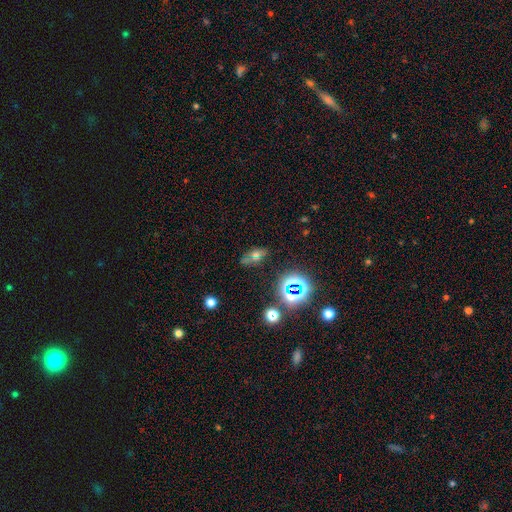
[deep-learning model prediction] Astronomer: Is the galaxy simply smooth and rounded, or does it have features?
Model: smooth — 48% (runner-up: star or artifact, 33%).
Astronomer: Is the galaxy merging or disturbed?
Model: none — 69%.